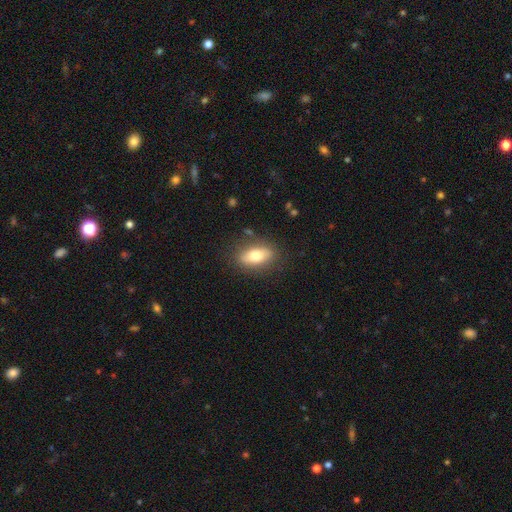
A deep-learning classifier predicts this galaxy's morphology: smooth 69%, featured or disk 23%, star or artifact 7%. Down the decision tree: how rounded — in between (82%); merging — none (82%).